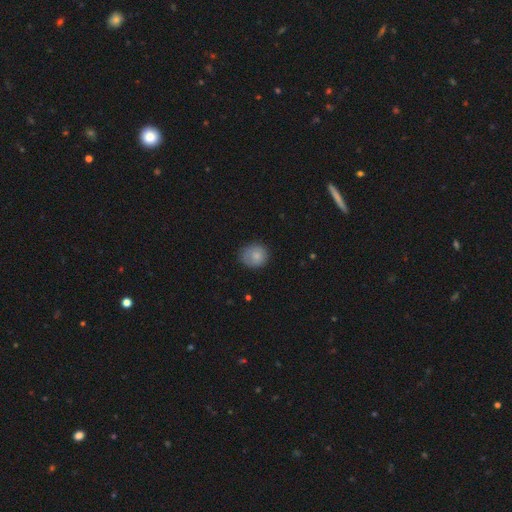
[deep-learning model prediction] smooth 80%, featured or disk 12%, star or artifact 8%. Down the decision tree: how rounded — round (77%); merging — none (70%).